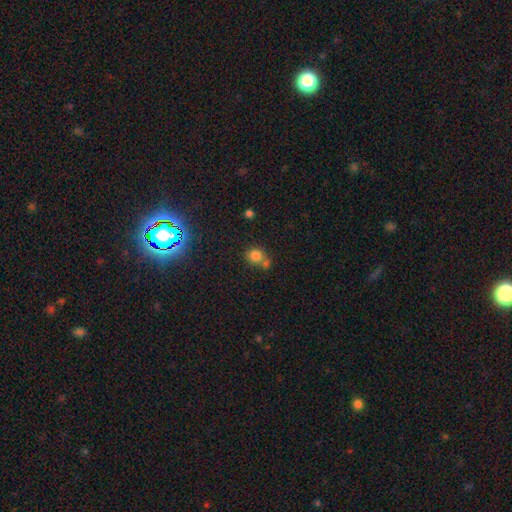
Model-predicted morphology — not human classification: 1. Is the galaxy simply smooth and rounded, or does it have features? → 78% smooth, 14% star or artifact, 8% featured or disk.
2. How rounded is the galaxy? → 80% round, 19% in between, 1% cigar-shaped.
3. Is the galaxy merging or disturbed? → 48% none, 37% merger, 11% minor disturbance, 4% major disturbance.